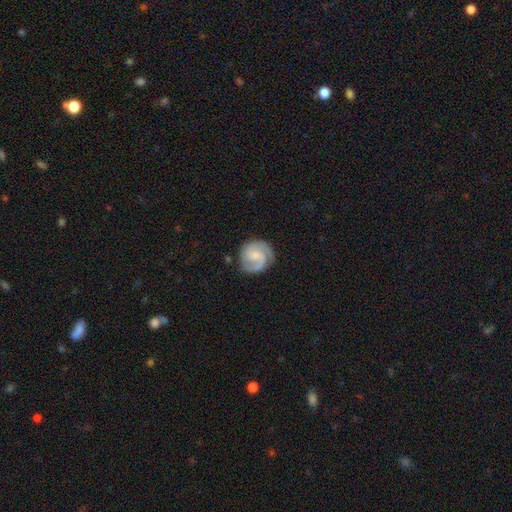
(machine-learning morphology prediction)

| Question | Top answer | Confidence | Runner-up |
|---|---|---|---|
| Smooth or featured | featured or disk | 77% | smooth (18%) |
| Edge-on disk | no | 98% | yes (2%) |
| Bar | no | 52% | weak (40%) |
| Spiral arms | yes | 96% | no (4%) |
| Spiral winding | tight | 46% | medium (42%) |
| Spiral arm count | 2 | 67% | 1 (11%) |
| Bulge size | small | 45% | none (25%) |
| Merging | none | 76% | minor disturbance (16%) |